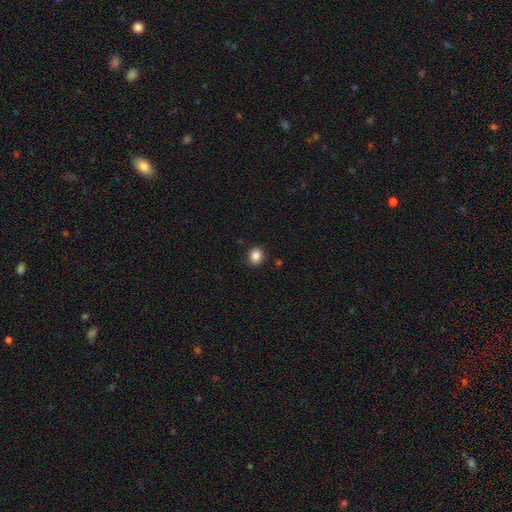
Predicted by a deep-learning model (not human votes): A smooth galaxy with no disk features (86%) that is round (74%). Merging: none (89%).